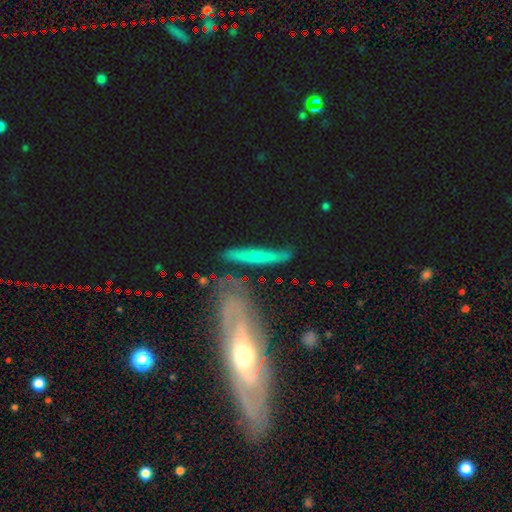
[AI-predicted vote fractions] The model was most divided on "smooth or featured": featured or disk: 51%, smooth: 39%, star or artifact: 10%. More confident: edge-on disk — yes (78%); merging — none (70%).